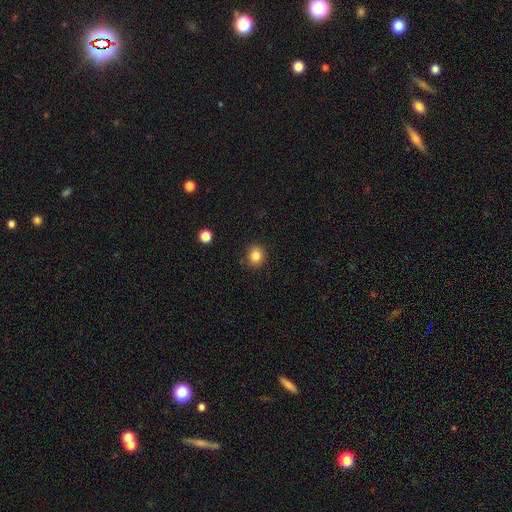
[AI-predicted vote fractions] Smooth or featured?
  - smooth: 84% *
  - star or artifact: 11%
  - featured or disk: 5%
How rounded?
  - round: 81% *
  - in between: 18%
  - cigar-shaped: 1%
Merging?
  - none: 89% *
  - minor disturbance: 8%
  - major disturbance: 2%
  - merger: 1%